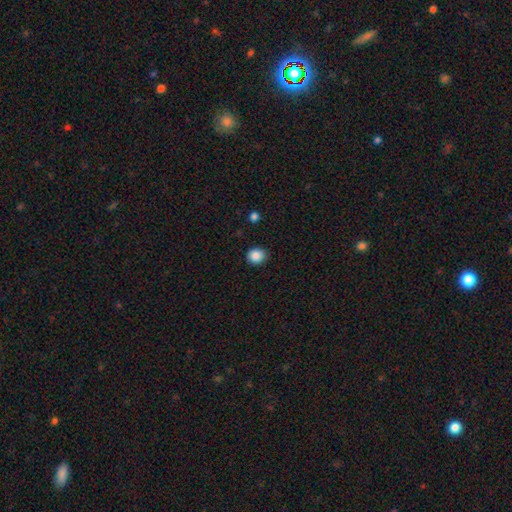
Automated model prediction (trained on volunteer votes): Overall: smooth (87%). How rounded: round (78%). Merging: none (84%).